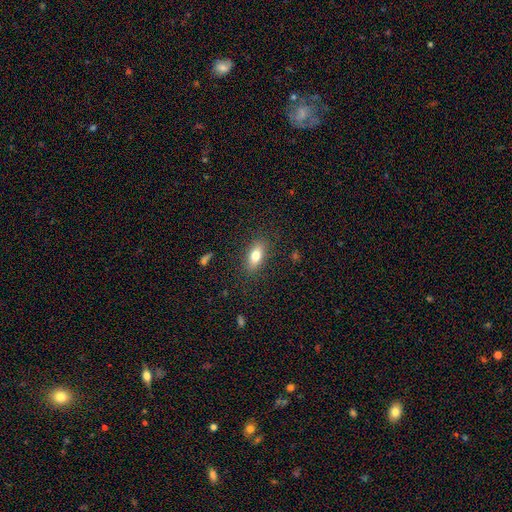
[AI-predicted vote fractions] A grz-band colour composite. It shows a smooth galaxy with no disk features (76%) that is in between round and cigar-shaped (79%). Merging: none (85%).